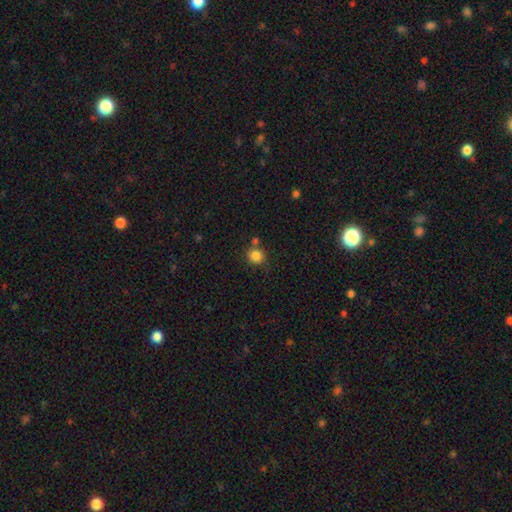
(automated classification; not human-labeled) Smooth or featured? smooth (84%)
How rounded? round (92%)
Merging? none (73%)